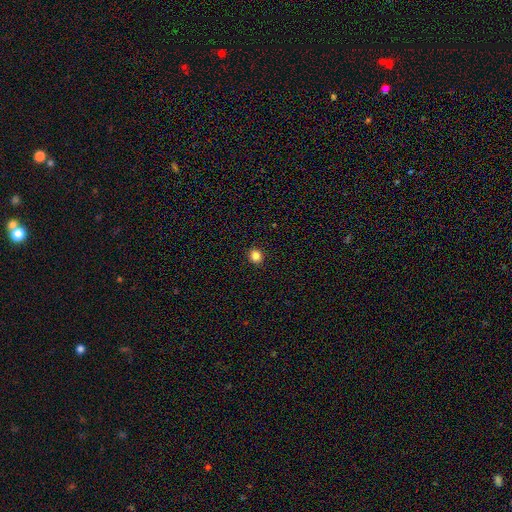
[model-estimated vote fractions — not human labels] Smooth or featured?
  - smooth: 85% *
  - star or artifact: 11%
  - featured or disk: 4%
How rounded?
  - round: 81% *
  - in between: 18%
  - cigar-shaped: 1%
Merging?
  - none: 92% *
  - minor disturbance: 6%
  - major disturbance: 2%
  - merger: 1%